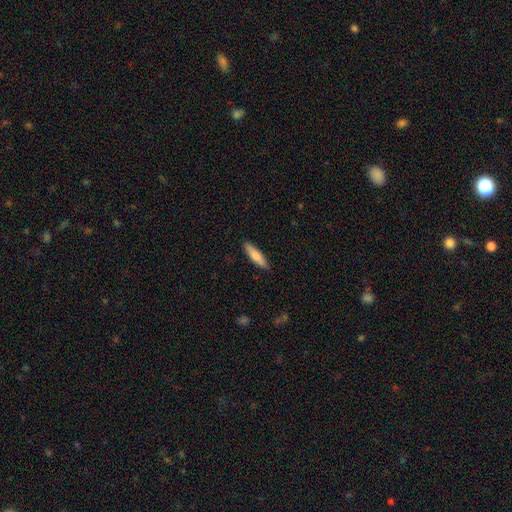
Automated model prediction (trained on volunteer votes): A smooth galaxy with no disk features (76%) that is cigar-shaped (77%).

Vote fractions:
- Smooth or featured? smooth: 76% / featured or disk: 18% / star or artifact: 5%
- How rounded? cigar-shaped: 77% / in between: 22% / round: 1%
- Merging? none: 89% / minor disturbance: 9% / major disturbance: 2% / merger: 1%